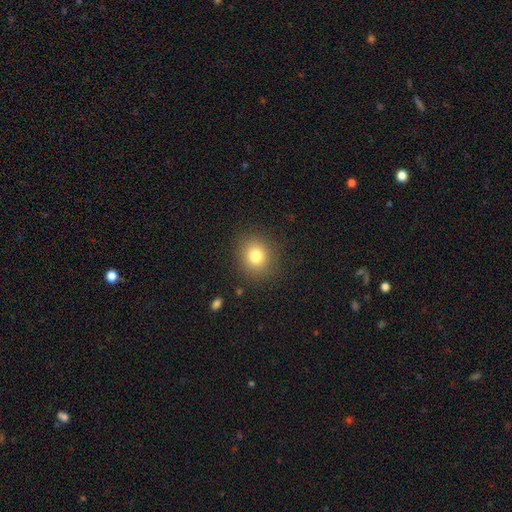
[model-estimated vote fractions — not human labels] This is likely a smooth galaxy (79%). How rounded: clearly round (81%). Merging: clearly none (88%).